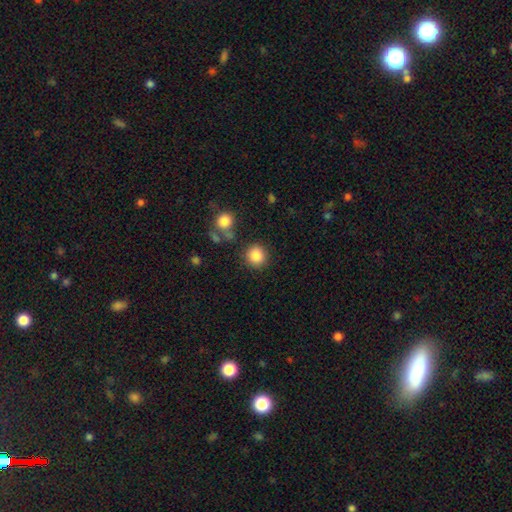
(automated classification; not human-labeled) Smooth or featured: smooth — 86% (star or artifact — 9%)
How rounded: round — 90% (in between — 9%)
Merging: none — 83% (minor disturbance — 9%)